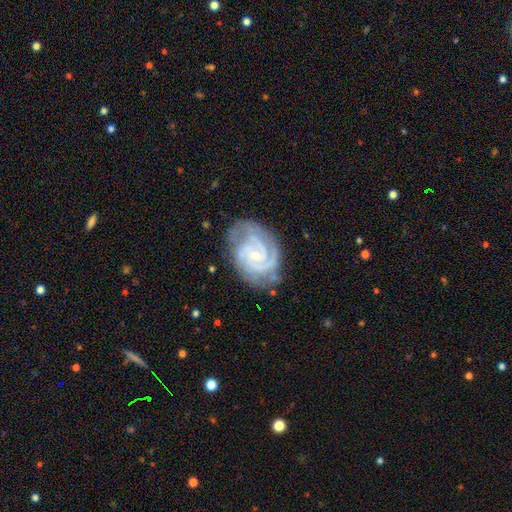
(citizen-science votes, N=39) This appears to be a featured or disk galaxy (92%) with no bar (64%), 3 (75%) tight (58%) spiral arms (100%) and a small central bulge (78%). Merging: none (78%).